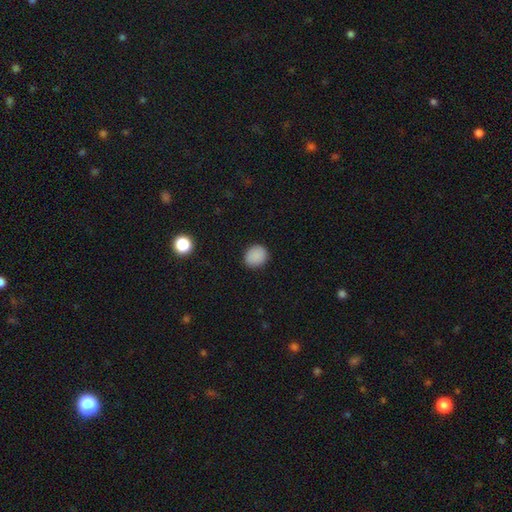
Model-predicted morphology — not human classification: A smooth galaxy with no disk features (88%) that is round (68%). Merging: none (87%).